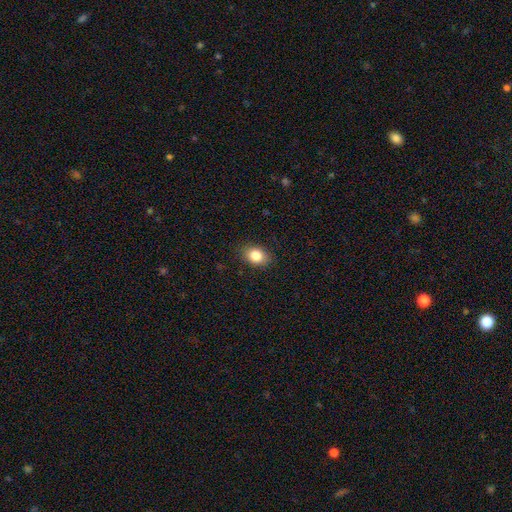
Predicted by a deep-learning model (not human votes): This appears to be a smooth galaxy with no disk features (84%) that is in between round and cigar-shaped (71%). Merging: none (86%).